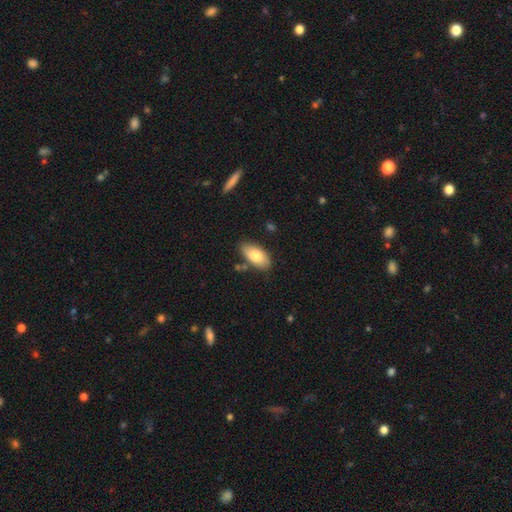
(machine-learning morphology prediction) Smooth or featured: smooth — 78% (featured or disk — 15%)
How rounded: in between — 92% (cigar-shaped — 5%)
Merging: none — 76% (minor disturbance — 16%)